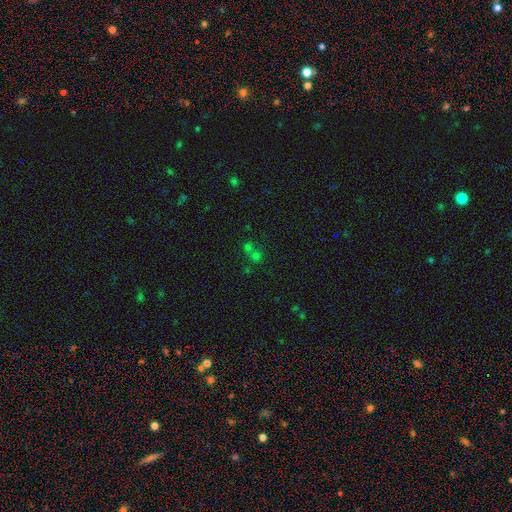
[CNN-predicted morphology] smooth_or_featured: smooth (p=0.51) [alt: star or artifact p=0.36]
how_rounded: round (p=0.78) [alt: in between p=0.20]
merging: merger (p=0.49) [alt: none p=0.41]